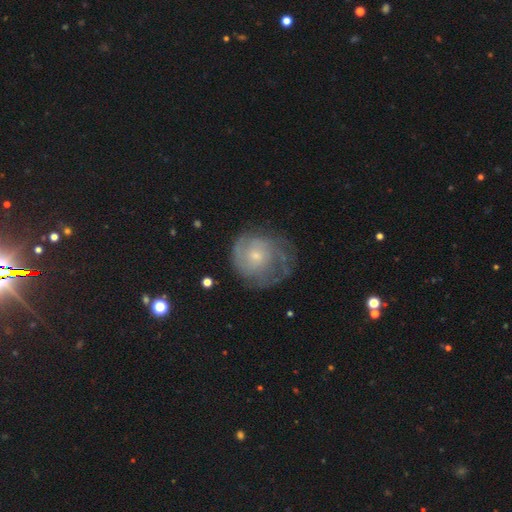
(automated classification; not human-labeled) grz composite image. It shows a featured or disk galaxy (65%) with no bar (78%), tight (54%) spiral arms (81%) and a small central bulge (66%). Merging: none (55%).